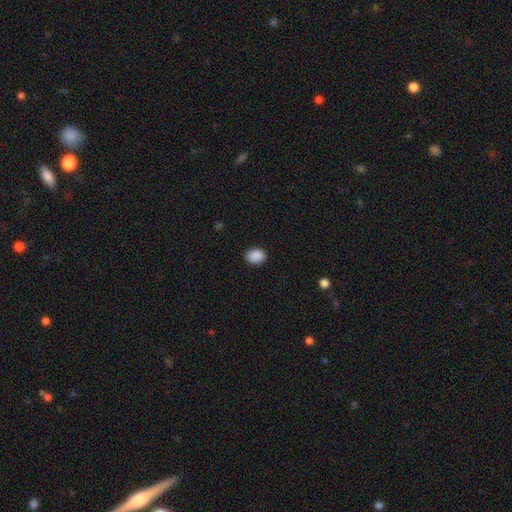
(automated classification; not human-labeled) Smooth or featured?
  - smooth: 90% *
  - star or artifact: 8%
  - featured or disk: 2%
How rounded?
  - in between: 62% *
  - round: 38%
  - cigar-shaped: 1%
Merging?
  - none: 89% *
  - minor disturbance: 8%
  - major disturbance: 2%
  - merger: 1%